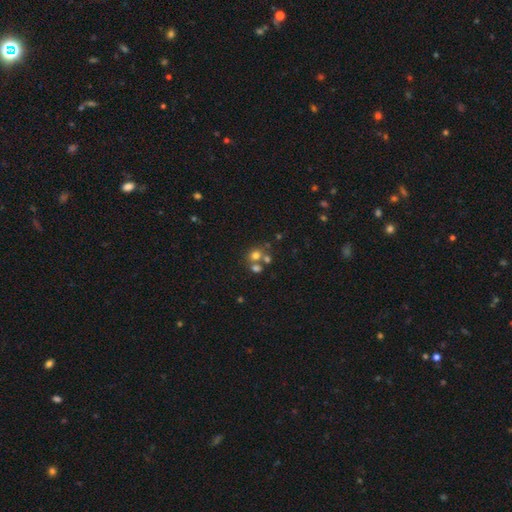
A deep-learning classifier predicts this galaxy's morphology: Smooth or featured?
  - smooth: 68% *
  - star or artifact: 18%
  - featured or disk: 14%
How rounded?
  - round: 73% *
  - in between: 26%
  - cigar-shaped: 1%
Merging?
  - none: 48% *
  - merger: 40%
  - minor disturbance: 8%
  - major disturbance: 4%